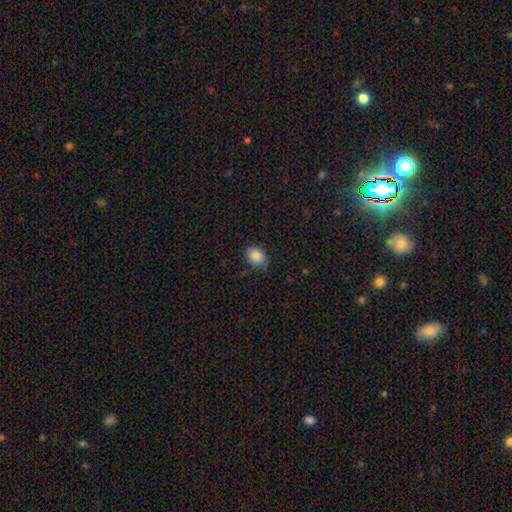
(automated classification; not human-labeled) Smooth or featured: smooth — 86% (star or artifact — 9%)
How rounded: in between — 61% (round — 38%)
Merging: none — 74% (minor disturbance — 21%)